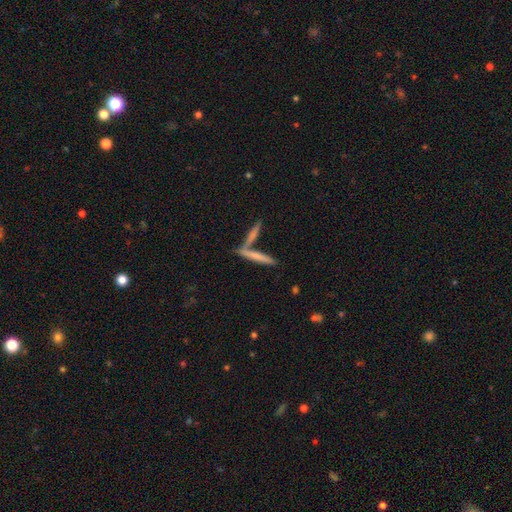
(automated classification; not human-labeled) Smooth or featured? smooth (61%)
How rounded? cigar-shaped (91%)
Merging? none (59%)